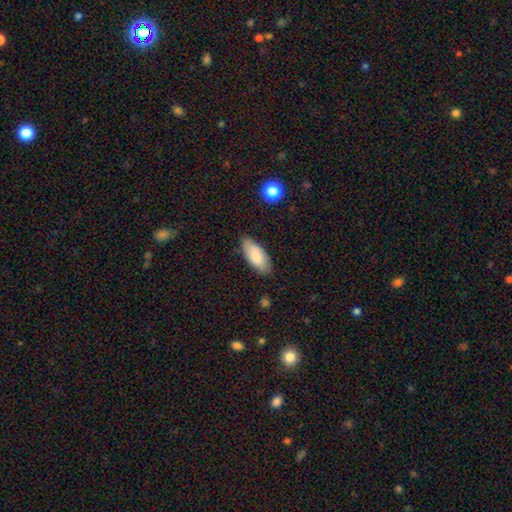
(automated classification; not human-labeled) A smooth galaxy with no disk features (84%) that is in between round and cigar-shaped (86%).

Vote fractions:
- Smooth or featured? smooth: 84% / featured or disk: 10% / star or artifact: 6%
- How rounded? in between: 86% / cigar-shaped: 12% / round: 2%
- Merging? none: 80% / minor disturbance: 15% / major disturbance: 3% / merger: 1%